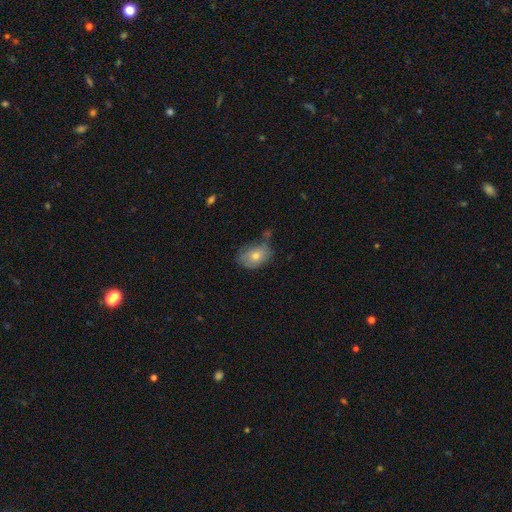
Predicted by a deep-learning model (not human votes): The model was most divided on "merging": none: 55%, minor disturbance: 30%, major disturbance: 9%, merger: 6%. More confident: how rounded — in between (80%); smooth or featured — smooth (65%).